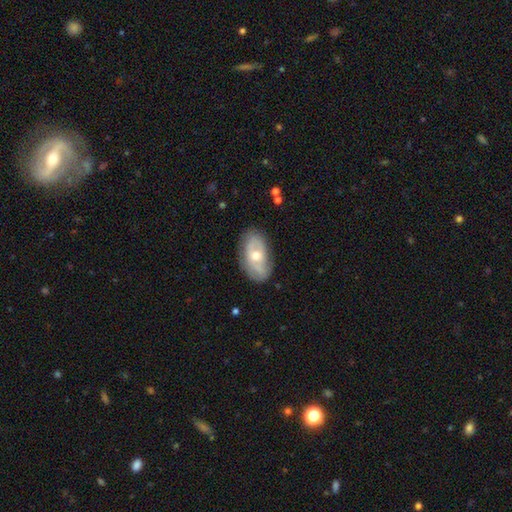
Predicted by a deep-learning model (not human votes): This is possibly a featured or disk galaxy (55%). It is clearly not viewed edge-on (90%). Merging: likely none (75%).